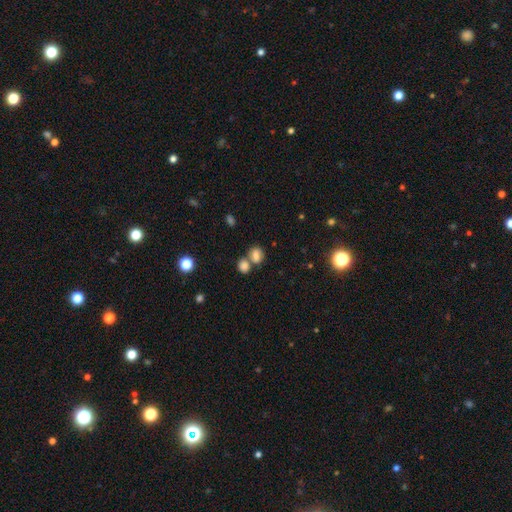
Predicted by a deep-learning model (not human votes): A smooth galaxy with no disk features (76%) that is round (50%).

Vote fractions:
- Smooth or featured? smooth: 76% / star or artifact: 13% / featured or disk: 12%
- How rounded? round: 50% / in between: 49% / cigar-shaped: 1%
- Merging? none: 44% / merger: 42% / minor disturbance: 10% / major disturbance: 4%